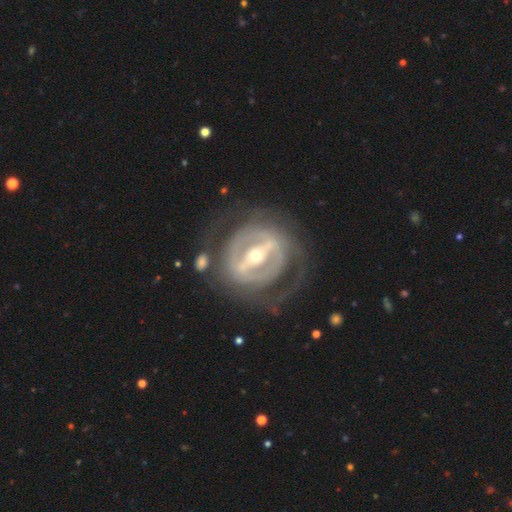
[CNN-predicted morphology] Smooth or featured? Predicted: featured or disk (p=0.87). Edge-on disk? Predicted: no (p=0.92). Bar? Predicted: strong (p=0.76). Spiral arms? Predicted: yes (p=0.62). Bulge size? Predicted: small (p=0.52). Merging? Predicted: none (p=0.69).